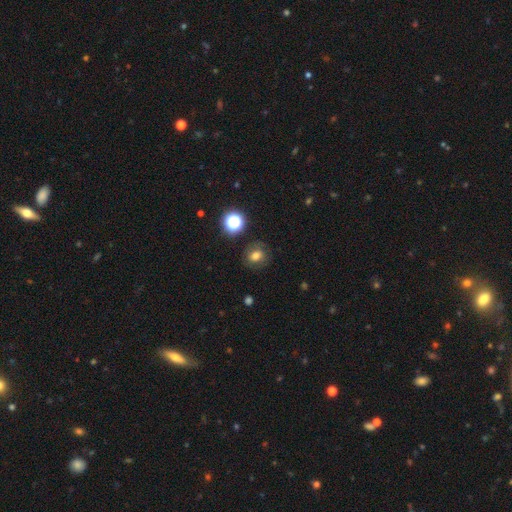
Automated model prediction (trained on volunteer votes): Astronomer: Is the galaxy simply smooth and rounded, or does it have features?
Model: smooth — 67%.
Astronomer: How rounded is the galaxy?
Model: round — 64%.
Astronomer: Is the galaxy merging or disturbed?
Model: none — 81%.